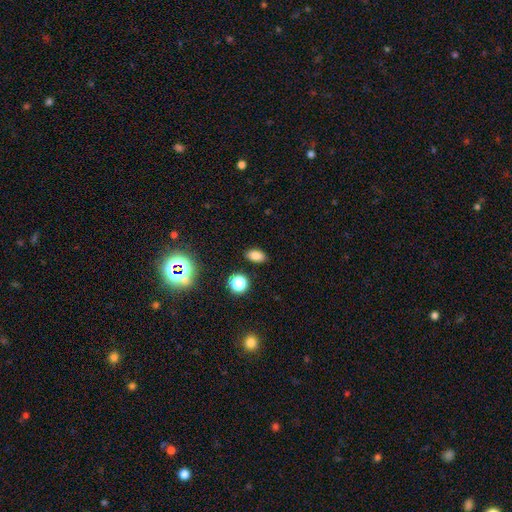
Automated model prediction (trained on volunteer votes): Smooth or featured? smooth (79%)
How rounded? in between (86%)
Merging? none (87%)